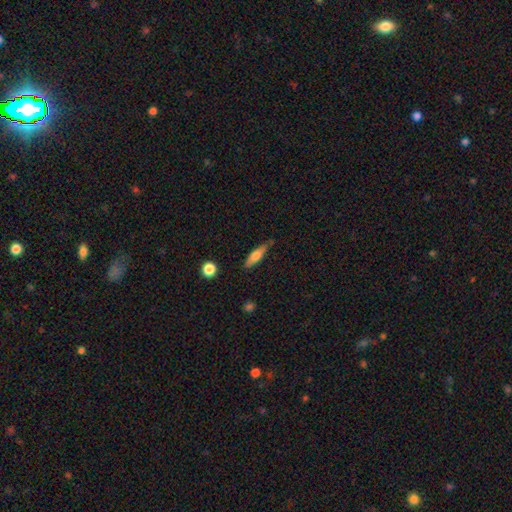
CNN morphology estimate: smooth 57%, featured or disk 36%, star or artifact 7%. Down the decision tree: how rounded — cigar-shaped (66%); merging — none (74%).